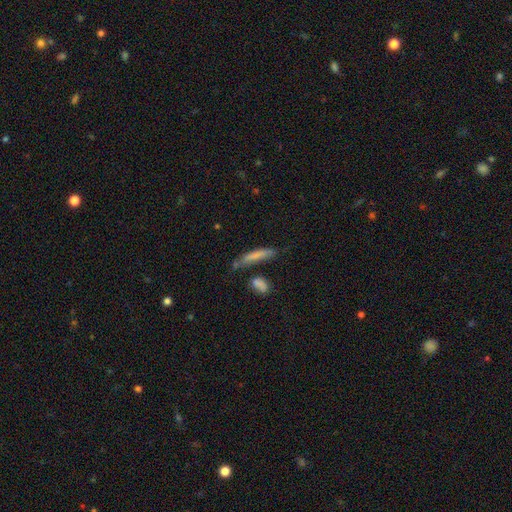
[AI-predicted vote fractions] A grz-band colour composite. It shows a smooth galaxy with no disk features (73%) that is cigar-shaped (89%). Merging: none (66%).